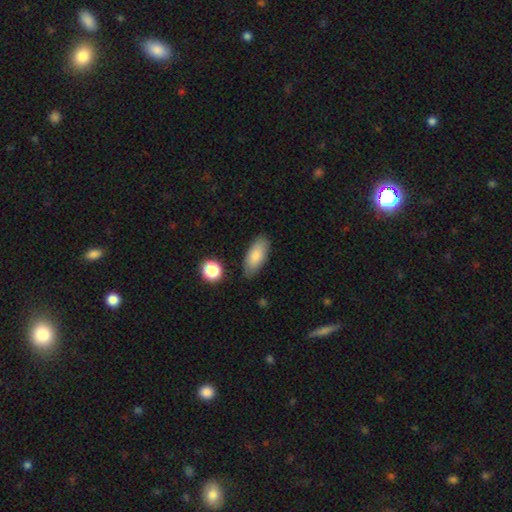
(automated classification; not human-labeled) A smooth galaxy with no disk features (83%) that is in between round and cigar-shaped (87%).

Vote fractions:
- Smooth or featured? smooth: 83% / featured or disk: 10% / star or artifact: 7%
- How rounded? in between: 87% / cigar-shaped: 11% / round: 2%
- Merging? none: 82% / minor disturbance: 13% / major disturbance: 3% / merger: 2%